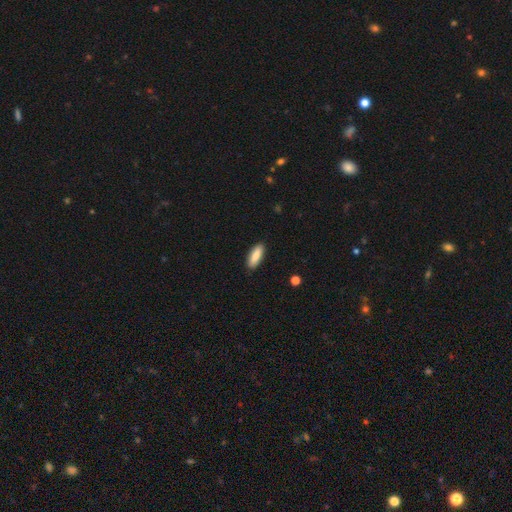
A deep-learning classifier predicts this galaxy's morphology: The model was most divided on "how rounded": in between: 66%, cigar-shaped: 32%, round: 2%. More confident: merging — none (89%); smooth or featured — smooth (87%).